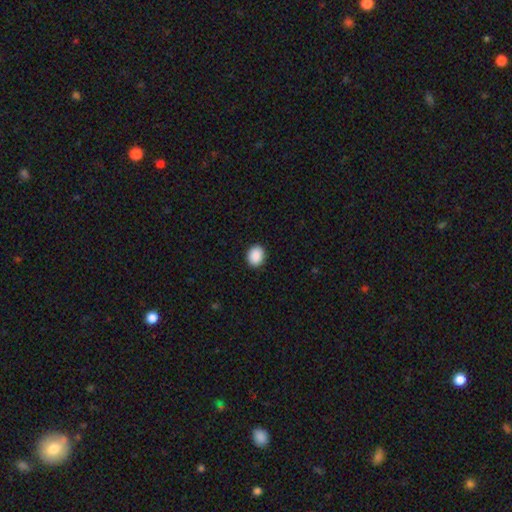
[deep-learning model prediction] Smooth or featured? Predicted: smooth (p=0.90). How rounded? Predicted: round (p=0.55). Merging? Predicted: none (p=0.91).